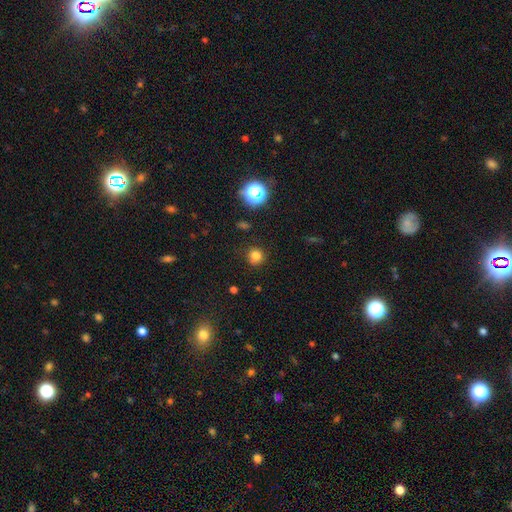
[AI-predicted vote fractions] This appears to be a smooth galaxy with no disk features (79%) that is round (90%). Merging: none (85%).